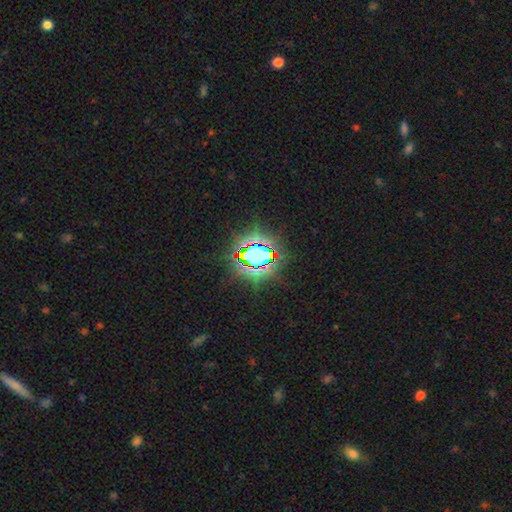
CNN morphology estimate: smooth-or-featured: star or artifact: 73% | smooth: 17% | featured or disk: 11%